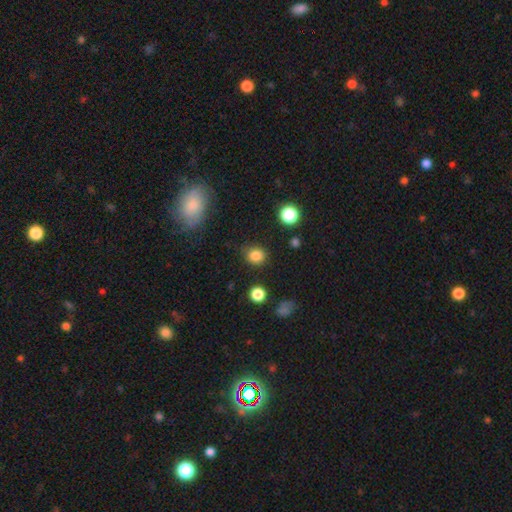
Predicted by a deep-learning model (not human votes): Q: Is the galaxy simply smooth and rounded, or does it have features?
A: smooth — 84%.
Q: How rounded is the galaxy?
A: round — 79%.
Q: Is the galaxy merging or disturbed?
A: none — 86%.